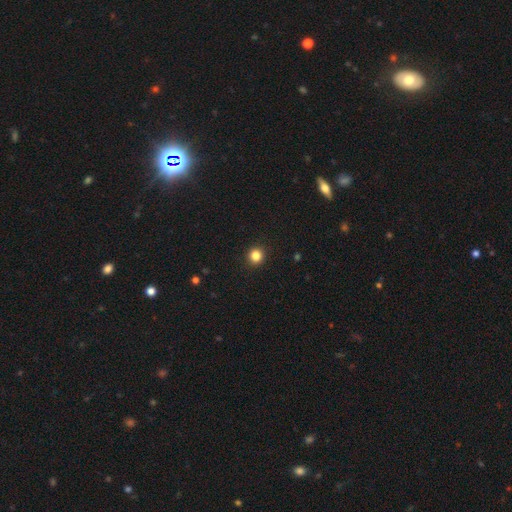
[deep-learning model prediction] Overall: smooth (84%). How rounded: round (94%). Merging: none (93%).